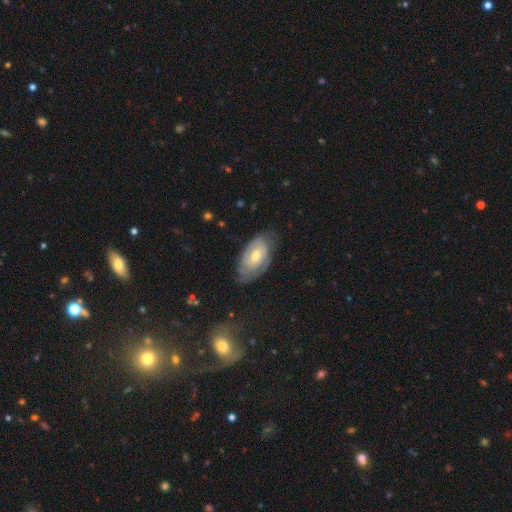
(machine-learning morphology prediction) This appears to be a featured or disk galaxy (61%) with no bar (56%), spiral arms (78%) and a moderate central bulge (59%). Merging: none (65%).